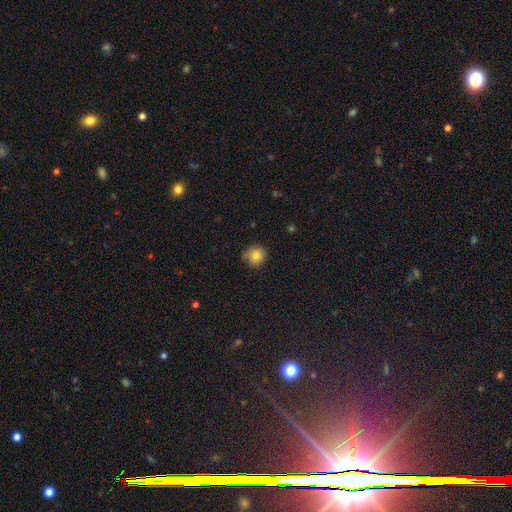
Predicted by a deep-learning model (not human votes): This appears to be a smooth galaxy with no disk features (82%) that is round (91%). Merging: none (74%).